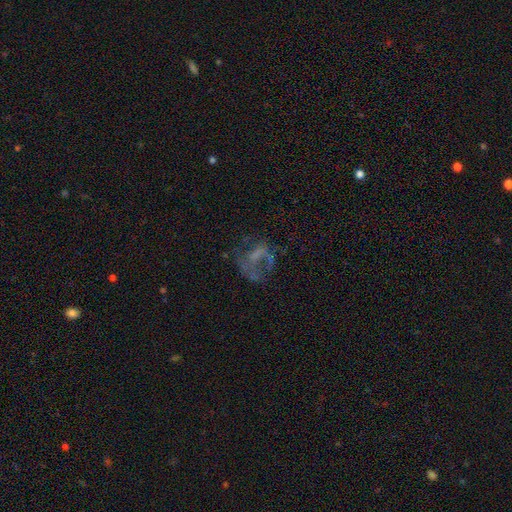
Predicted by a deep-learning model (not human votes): The model was most divided on "merging": none: 41%, major disturbance: 38%, minor disturbance: 16%, merger: 4%. More confident: edge-on disk — no (97%); bar — no (75%); bulge size — none (69%); spiral arms — no (69%); smooth or featured — featured or disk (55%).